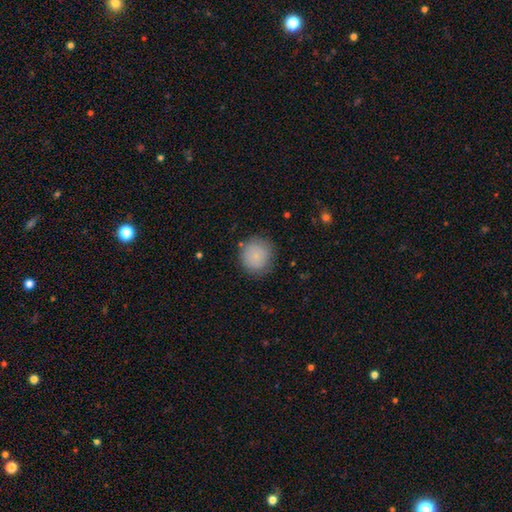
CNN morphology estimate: Smooth or featured?
  - smooth: 84% *
  - featured or disk: 8%
  - star or artifact: 8%
How rounded?
  - round: 91% *
  - in between: 8%
  - cigar-shaped: 1%
Merging?
  - none: 83% *
  - minor disturbance: 12%
  - major disturbance: 4%
  - merger: 2%